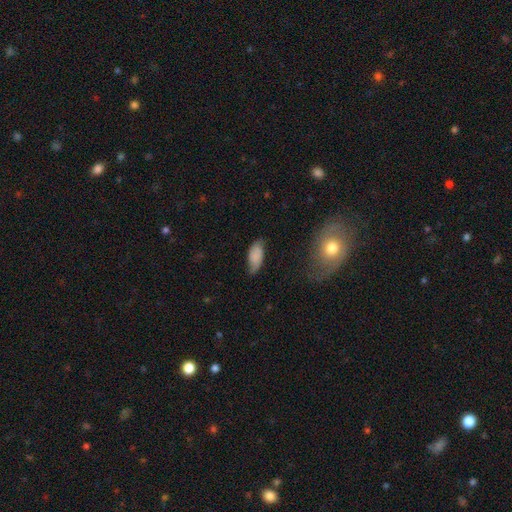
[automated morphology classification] This appears to be a smooth galaxy with no disk features (77%) that is in between round and cigar-shaped (90%). Merging: none (57%).